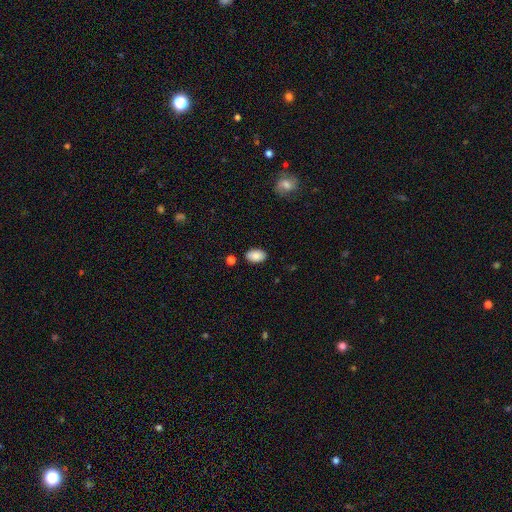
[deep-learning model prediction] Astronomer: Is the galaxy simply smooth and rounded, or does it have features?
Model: smooth — 87%.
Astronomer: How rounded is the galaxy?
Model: in between — 90%.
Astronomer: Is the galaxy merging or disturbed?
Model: none — 84%.